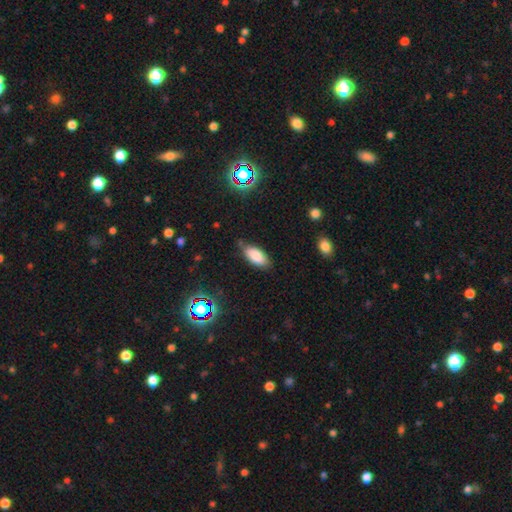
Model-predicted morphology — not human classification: This is clearly a smooth galaxy (84%). How rounded: clearly in between (90%). Merging: likely none (71%).